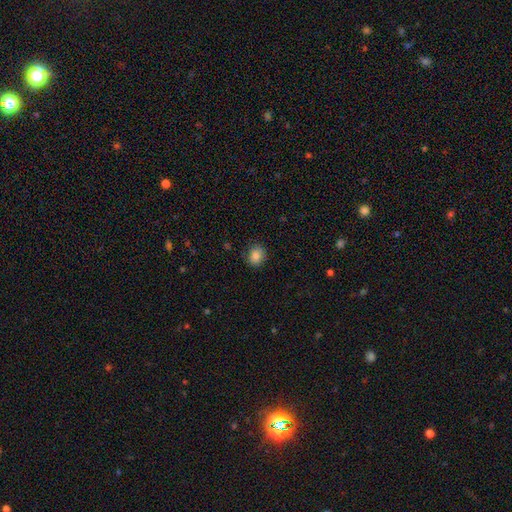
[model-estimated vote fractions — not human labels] smooth-or-featured: smooth: 84% | star or artifact: 10% | featured or disk: 6%
  how-rounded: round: 69% | in between: 30% | cigar-shaped: 1%
  merging: none: 86% | minor disturbance: 11% | major disturbance: 3% | merger: 1%